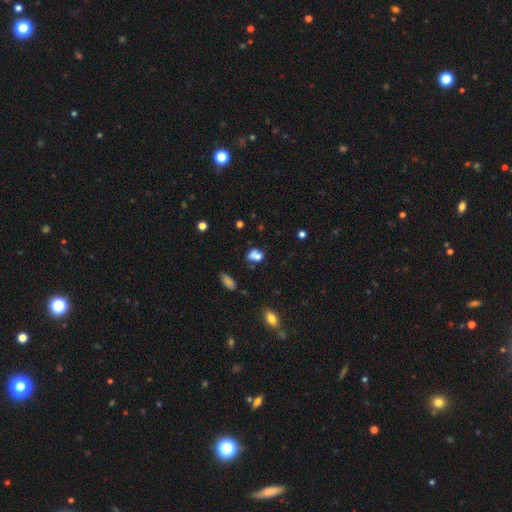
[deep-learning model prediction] smooth 71%, featured or disk 15%, star or artifact 14%. Down the decision tree: how rounded — in between (60%); merging — none (37%).